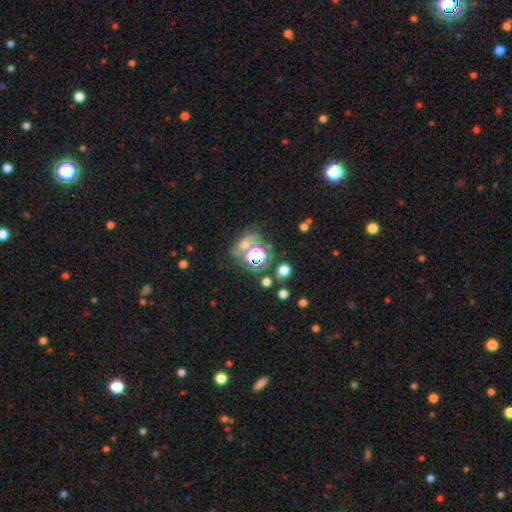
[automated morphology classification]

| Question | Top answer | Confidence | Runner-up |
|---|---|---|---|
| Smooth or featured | star or artifact | 42% | tied: smooth (42%) |